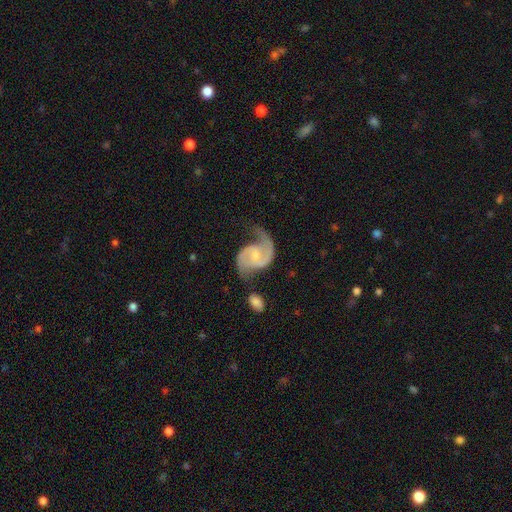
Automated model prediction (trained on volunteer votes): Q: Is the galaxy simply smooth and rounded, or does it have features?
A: featured or disk — 91%.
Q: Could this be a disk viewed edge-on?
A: no — 98%.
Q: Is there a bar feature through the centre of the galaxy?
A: weak — 46%.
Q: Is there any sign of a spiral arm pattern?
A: yes — 97%.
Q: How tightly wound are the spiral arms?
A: medium — 50%.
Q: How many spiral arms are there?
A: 2 — 90%.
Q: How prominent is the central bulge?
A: small — 56%.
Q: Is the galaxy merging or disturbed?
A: none — 57%.